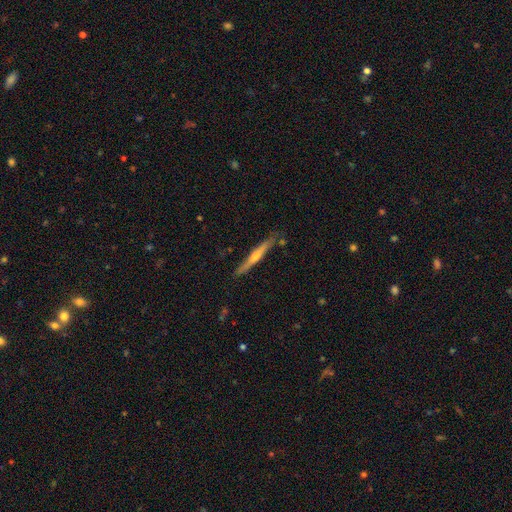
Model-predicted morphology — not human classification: Smooth or featured?
  - featured or disk: 66% *
  - smooth: 29%
  - star or artifact: 6%
Edge-on disk?
  - yes: 97% *
  - no: 3%
Edge-on bulge?
  - rounded: 78% *
  - none: 16%
  - boxy: 6%
Merging?
  - none: 85% *
  - minor disturbance: 11%
  - merger: 2%
  - major disturbance: 2%